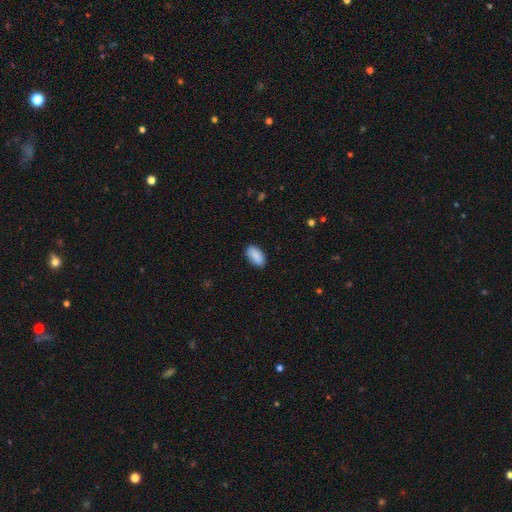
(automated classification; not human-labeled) The model was most divided on "merging": none: 87%, minor disturbance: 10%, major disturbance: 2%, merger: 1%. More confident: how rounded — in between (94%); smooth or featured — smooth (90%).